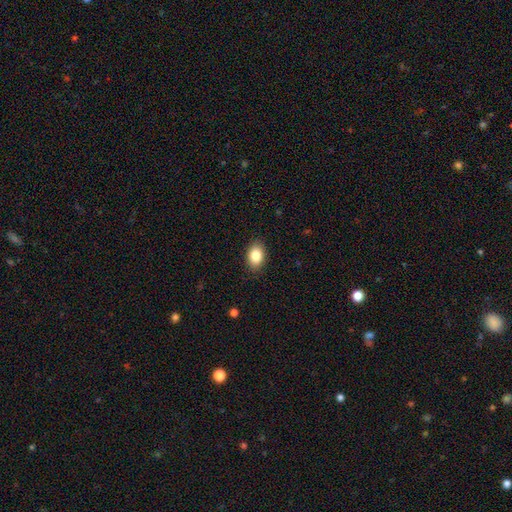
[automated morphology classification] A smooth galaxy with no disk features (86%) that is in between round and cigar-shaped (84%).

Vote fractions:
- Smooth or featured? smooth: 86% / star or artifact: 8% / featured or disk: 7%
- How rounded? in between: 84% / round: 15% / cigar-shaped: 1%
- Merging? none: 87% / minor disturbance: 9% / major disturbance: 2% / merger: 1%